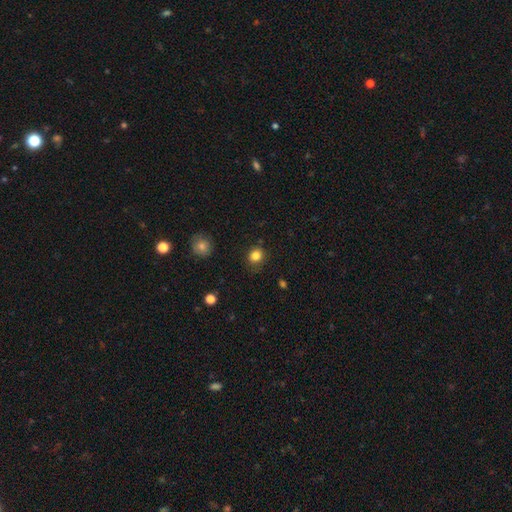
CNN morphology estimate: Smooth or featured: smooth — 83% (star or artifact — 12%)
How rounded: round — 70% (in between — 29%)
Merging: none — 78% (minor disturbance — 16%)